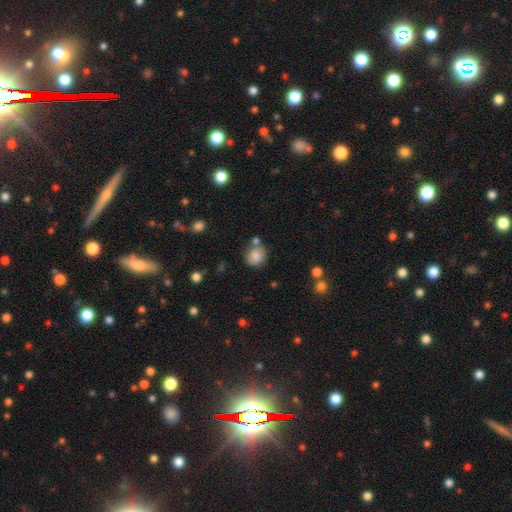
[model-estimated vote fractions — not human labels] This appears to be a smooth galaxy with no disk features (83%) that is round (74%). Merging: none (62%).